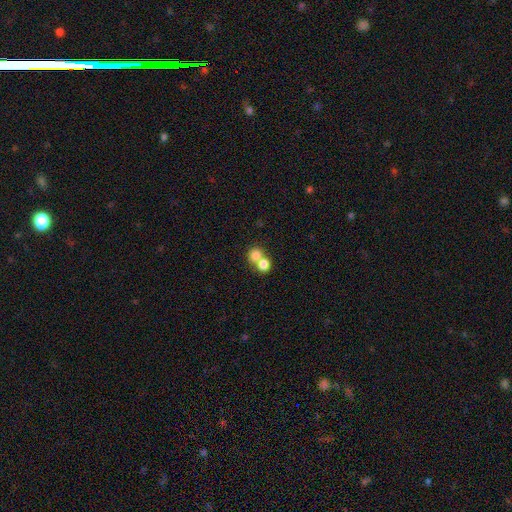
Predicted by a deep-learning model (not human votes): Smooth or featured?
  - smooth: 78% *
  - featured or disk: 11%
  - star or artifact: 11%
How rounded?
  - round: 78% *
  - in between: 21%
  - cigar-shaped: 1%
Merging?
  - merger: 59% *
  - none: 34%
  - minor disturbance: 5%
  - major disturbance: 3%